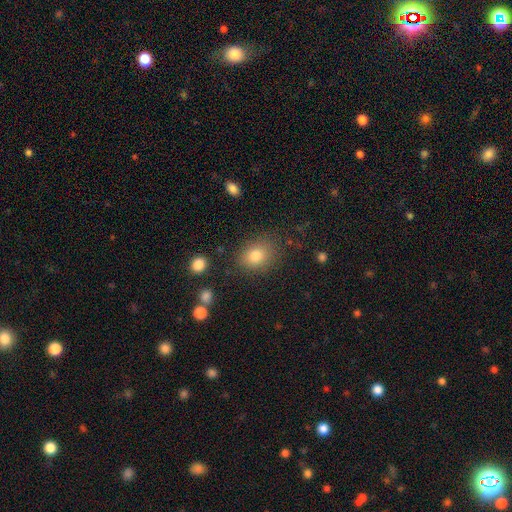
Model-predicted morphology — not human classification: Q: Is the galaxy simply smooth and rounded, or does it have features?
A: smooth — 80%.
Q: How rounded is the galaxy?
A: in between — 51%.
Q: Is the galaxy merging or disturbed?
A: none — 79%.